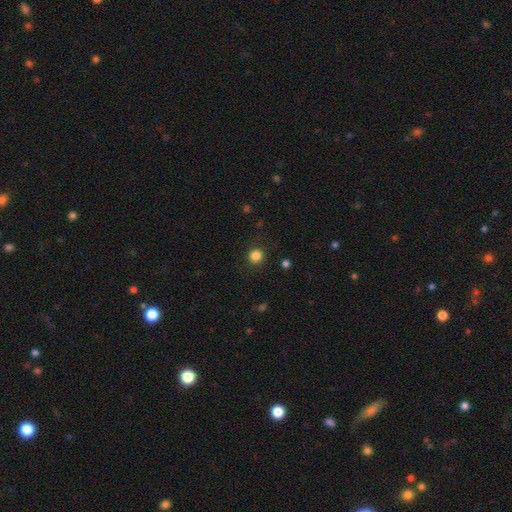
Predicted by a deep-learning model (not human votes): This is clearly a smooth galaxy (84%). How rounded: clearly round (92%). Merging: clearly none (90%).